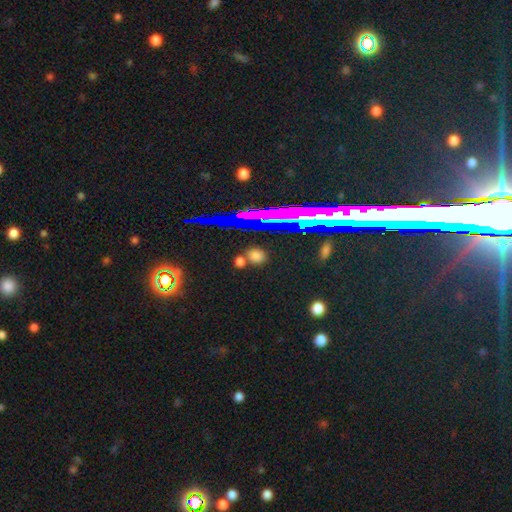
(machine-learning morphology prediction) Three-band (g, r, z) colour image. It shows a smooth galaxy with no disk features (67%) that is round (79%). Merging: none (81%).